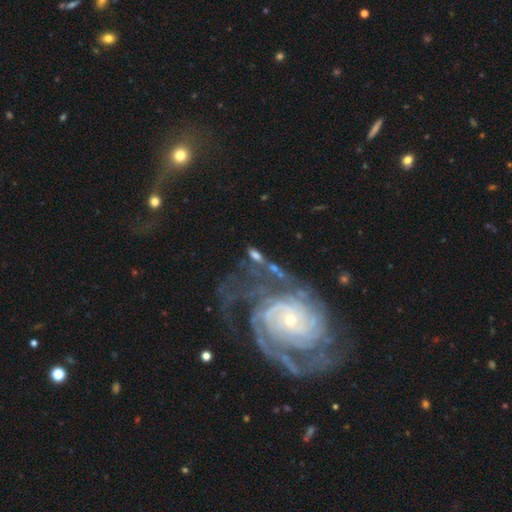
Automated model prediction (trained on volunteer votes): Q: Smooth or featured?
A: featured or disk (57%); runner-up: smooth (32%)
Q: Edge-on disk?
A: no (85%); runner-up: yes (15%)
Q: Merging?
A: none (48%); runner-up: minor disturbance (19%)